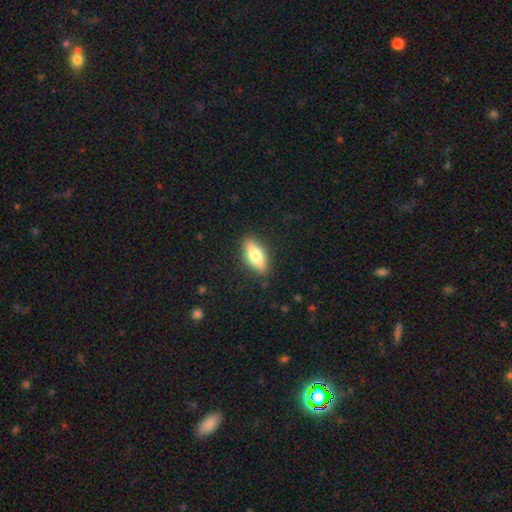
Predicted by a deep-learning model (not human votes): Smooth or featured? smooth (67%)
How rounded? in between (68%)
Merging? none (87%)